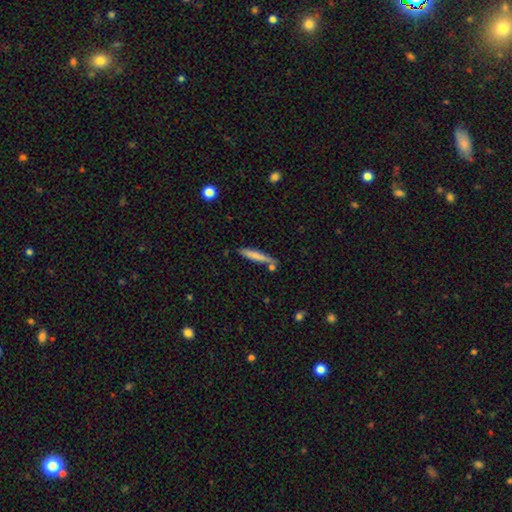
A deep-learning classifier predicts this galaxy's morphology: Overall: smooth (72%). How rounded: cigar-shaped (92%). Merging: none (74%).